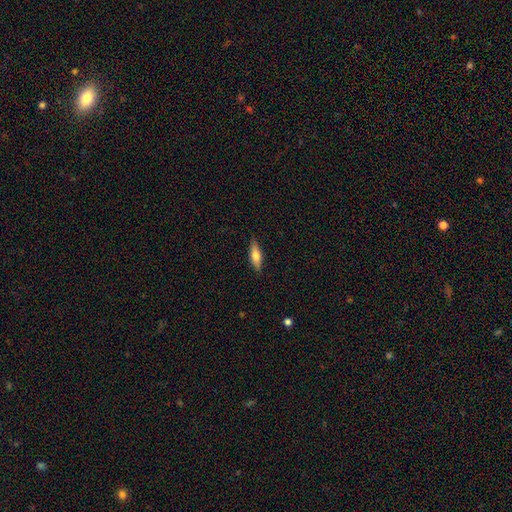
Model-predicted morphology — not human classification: smooth 61%, featured or disk 33%, star or artifact 6%. Down the decision tree: how rounded — cigar-shaped (54%); merging — none (87%).